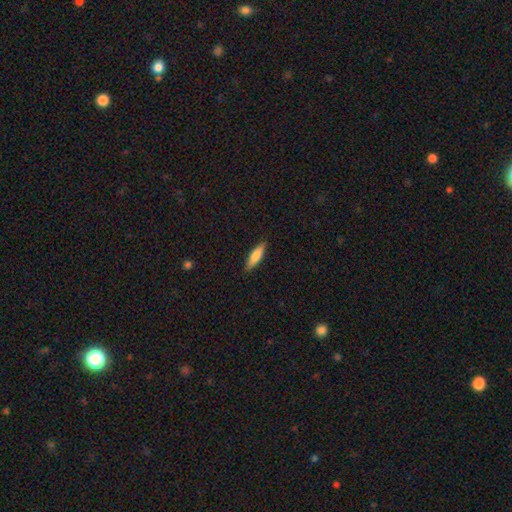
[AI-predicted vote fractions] smooth_or_featured: smooth (p=0.75) [alt: featured or disk p=0.19]
how_rounded: cigar-shaped (p=0.65) [alt: in between p=0.33]
merging: none (p=0.88) [alt: minor disturbance p=0.09]